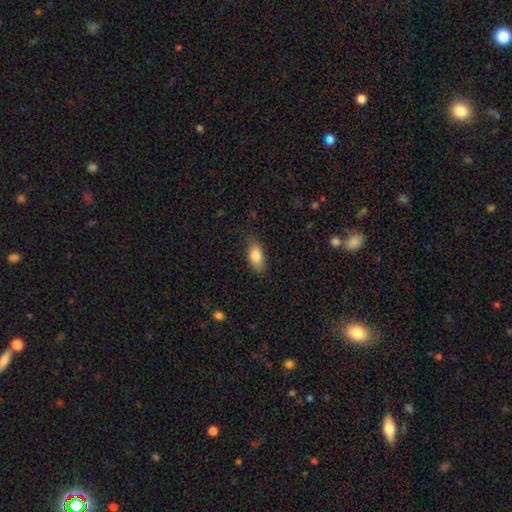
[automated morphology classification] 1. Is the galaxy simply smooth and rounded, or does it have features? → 83% smooth, 10% featured or disk, 7% star or artifact.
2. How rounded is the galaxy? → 89% in between, 7% cigar-shaped, 4% round.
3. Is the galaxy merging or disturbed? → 78% none, 17% minor disturbance, 4% major disturbance, 1% merger.